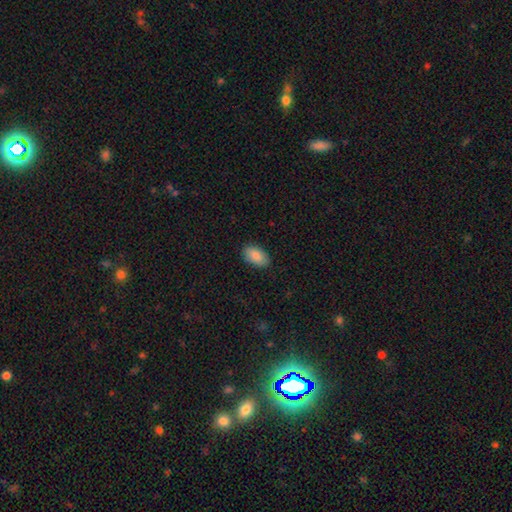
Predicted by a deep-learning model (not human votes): Overall: smooth (88%). How rounded: in between (94%). Merging: none (88%).